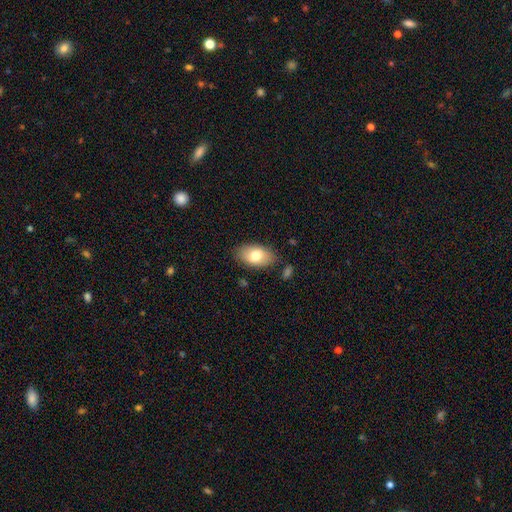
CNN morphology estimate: Smooth or featured? smooth (75%)
How rounded? in between (92%)
Merging? none (80%)